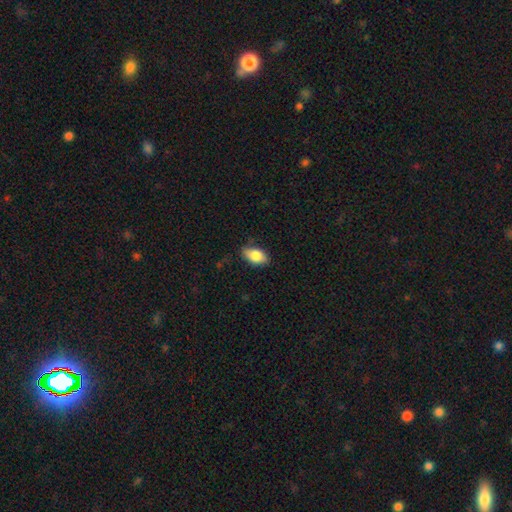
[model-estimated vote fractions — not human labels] This appears to be a smooth galaxy with no disk features (83%) that is in between round and cigar-shaped (89%). Merging: none (75%).